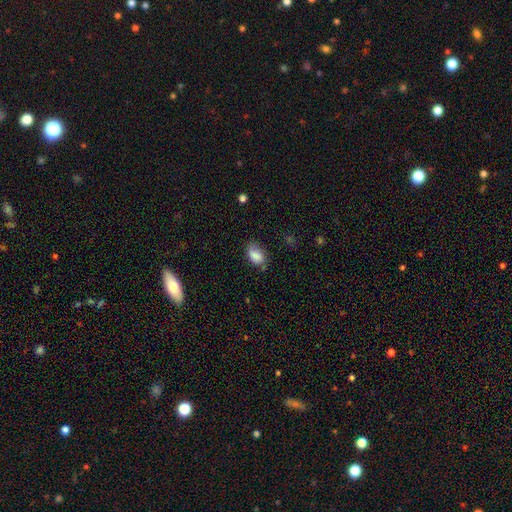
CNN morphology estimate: smooth 82%, featured or disk 9%, star or artifact 9%. Down the decision tree: how rounded — in between (87%); merging — none (58%).